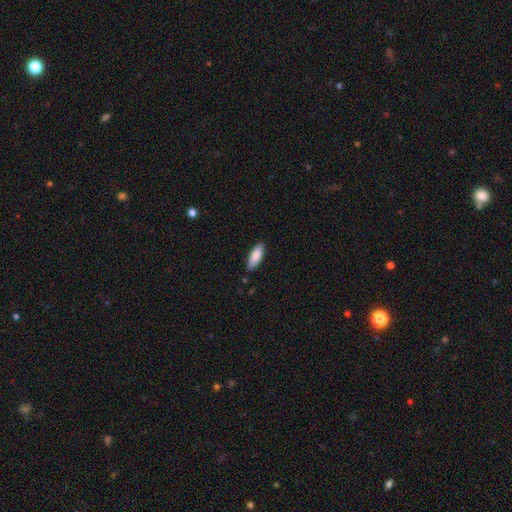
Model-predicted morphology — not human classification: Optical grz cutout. It shows a smooth galaxy with no disk features (86%) that is in between round and cigar-shaped (71%). Merging: none (83%).